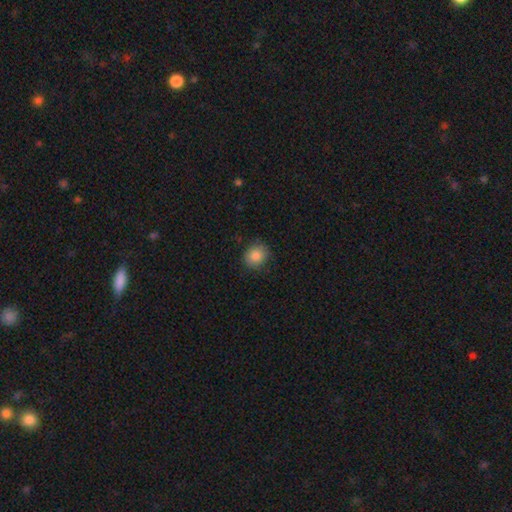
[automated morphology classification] Smooth or featured? smooth (85%)
How rounded? round (74%)
Merging? none (85%)